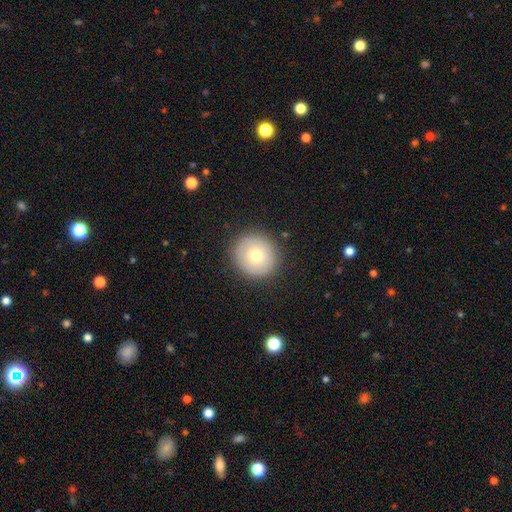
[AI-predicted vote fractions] This appears to be a smooth galaxy with no disk features (73%) that is round (92%). Merging: none (89%).